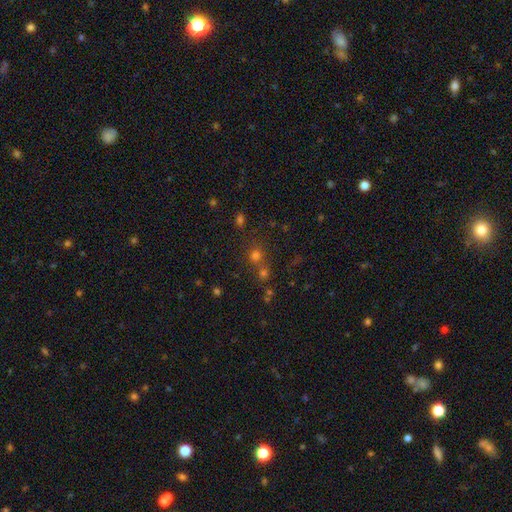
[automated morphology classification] smooth 56%, star or artifact 35%, featured or disk 9%. Down the decision tree: how rounded — round (87%); merging — none (61%).